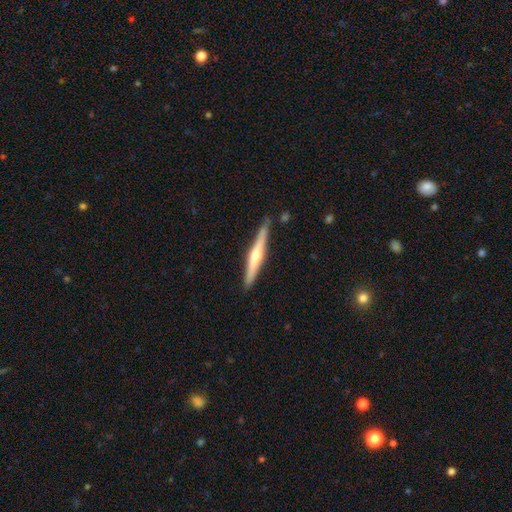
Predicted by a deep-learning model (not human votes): Smooth or featured? featured or disk (64%)
Edge-on disk? yes (97%)
Edge-on bulge? rounded (84%)
Merging? none (85%)